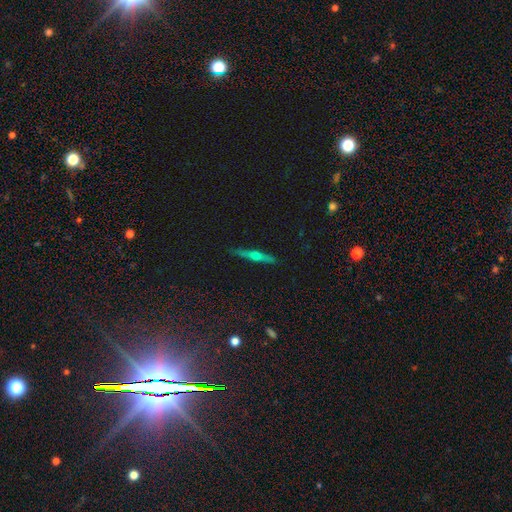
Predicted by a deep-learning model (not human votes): This appears to be a featured or disk galaxy (64%) viewed edge-on (97%) with a rounded central bulge (89%). Merging: none (88%).